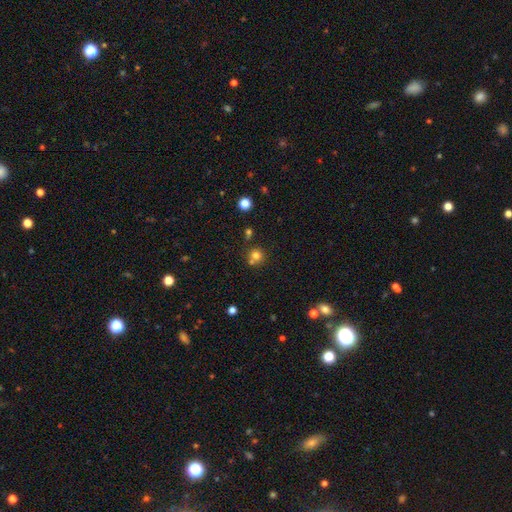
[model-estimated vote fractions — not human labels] smooth-or-featured: smooth: 75% | star or artifact: 16% | featured or disk: 9%
  how-rounded: round: 91% | in between: 8% | cigar-shaped: 1%
  merging: none: 63% | merger: 25% | minor disturbance: 8% | major disturbance: 3%